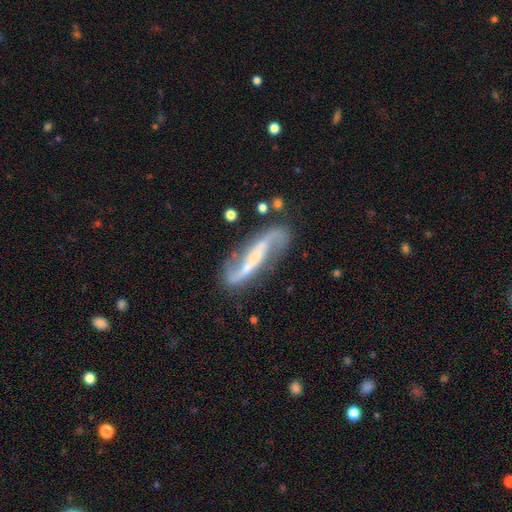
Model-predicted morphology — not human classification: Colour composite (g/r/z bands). It shows a featured or disk galaxy (87%) with a strong bar (50%), 2 (93%) loose (59%) spiral arms (96%) and a small central bulge (56%). Merging: none (77%).